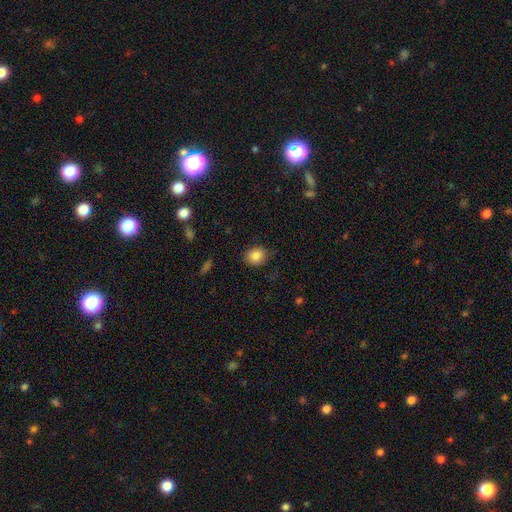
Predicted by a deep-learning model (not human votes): smooth 86%, star or artifact 9%, featured or disk 5%. Down the decision tree: how rounded — round (63%); merging — none (81%).